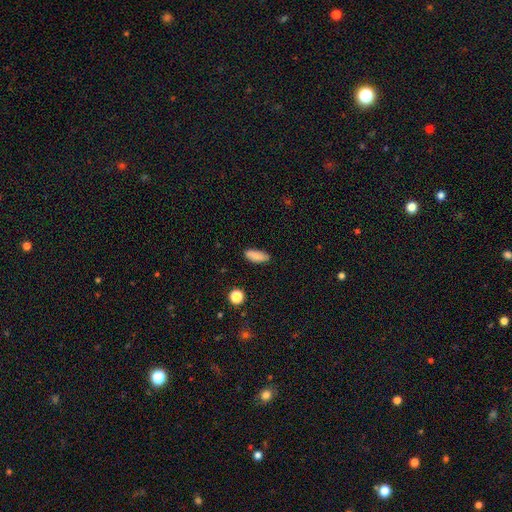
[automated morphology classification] Smooth or featured? Predicted: smooth (p=0.85). How rounded? Predicted: in between (p=0.78). Merging? Predicted: none (p=0.80).